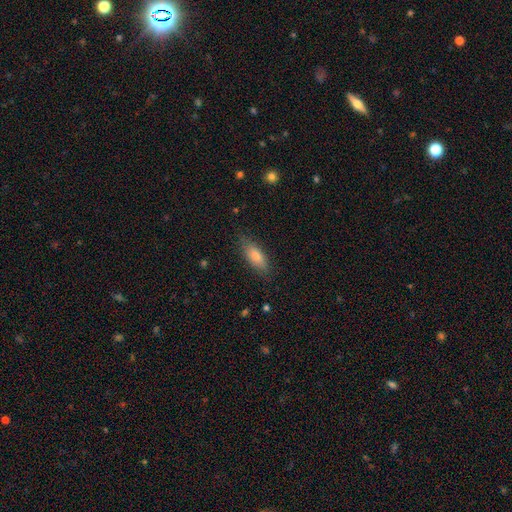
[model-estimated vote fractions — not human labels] Smooth or featured? smooth (75%)
How rounded? in between (67%)
Merging? none (83%)